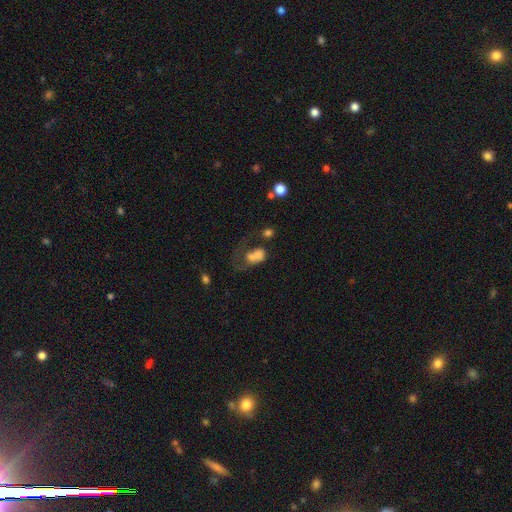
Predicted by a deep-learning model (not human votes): Q: Smooth or featured?
A: smooth (62%); runner-up: featured or disk (25%)
Q: How rounded?
A: in between (75%); runner-up: round (23%)
Q: Merging?
A: major disturbance (45%); runner-up: merger (25%)